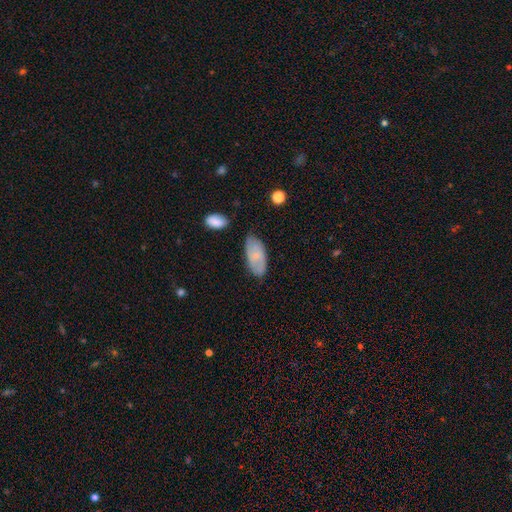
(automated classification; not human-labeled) smooth-or-featured: smooth: 64% | featured or disk: 29% | star or artifact: 6%
  how-rounded: in between: 92% | cigar-shaped: 6% | round: 3%
  merging: none: 69% | minor disturbance: 23% | major disturbance: 5% | merger: 3%